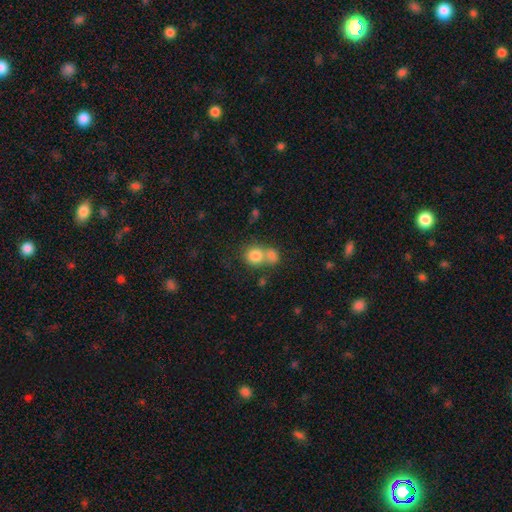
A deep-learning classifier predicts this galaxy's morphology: A smooth galaxy with no disk features (80%) that is round (79%). Merging: merger (53%).